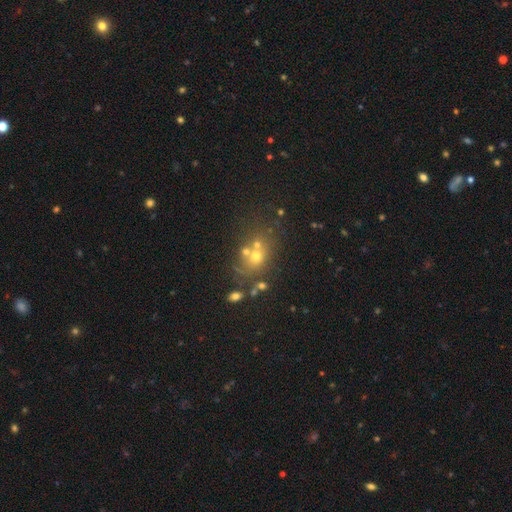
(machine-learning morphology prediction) Q: Smooth or featured?
A: smooth (52%); runner-up: star or artifact (24%)
Q: How rounded?
A: round (59%); runner-up: in between (39%)
Q: Merging?
A: none (44%); runner-up: merger (36%)